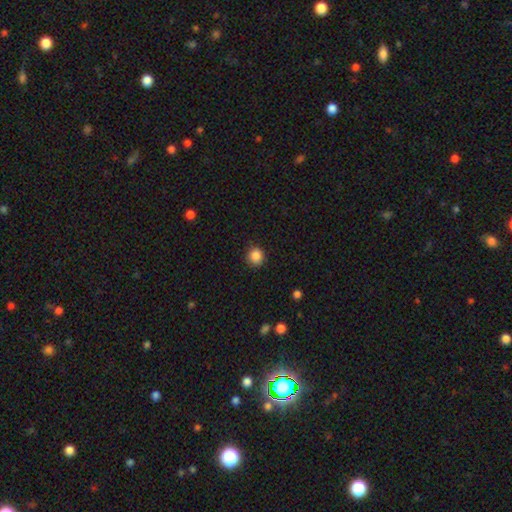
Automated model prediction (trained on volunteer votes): Overall: smooth (87%). How rounded: round (89%). Merging: none (88%).